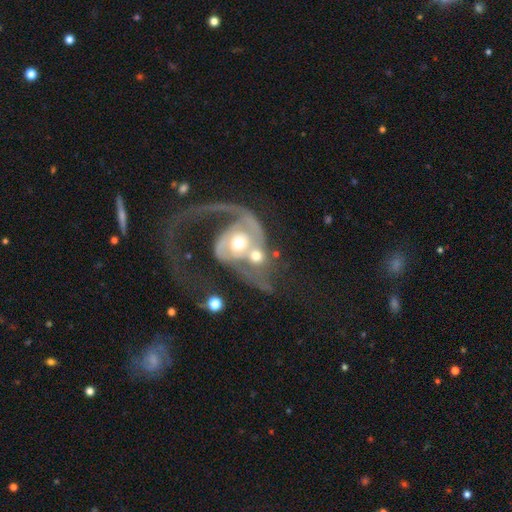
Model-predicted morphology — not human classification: This is likely a featured or disk galaxy (76%). It is clearly not viewed edge-on (97%). Bar: likely no (70%). Spiral arm pattern: clearly yes (85%). Spiral arm count: likely 2 (65%). Spiral winding: possibly loose (49%). Central bulge: likely moderate (65%). Merging: likely merger (68%).